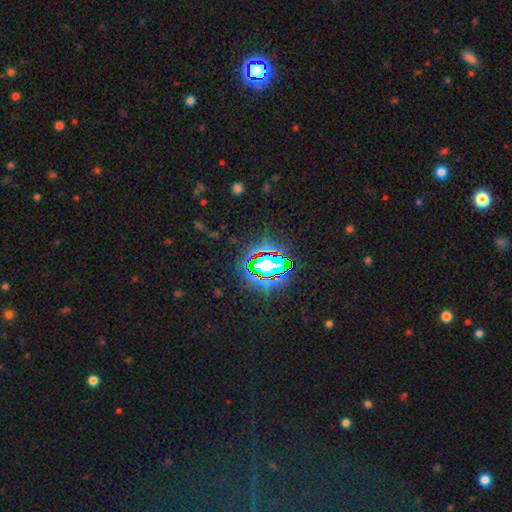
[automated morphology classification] A star or artifact, not a galaxy (77%).

Vote fractions:
- Smooth or featured? star or artifact: 77% / smooth: 13% / featured or disk: 10%